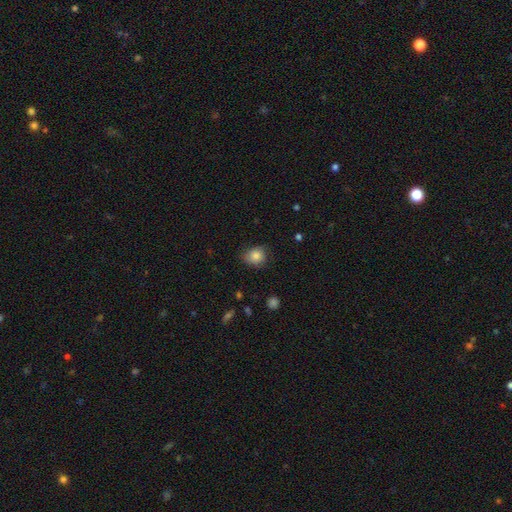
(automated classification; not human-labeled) Overall: smooth (84%). How rounded: round (69%; in between 30%). Merging: none (72%).